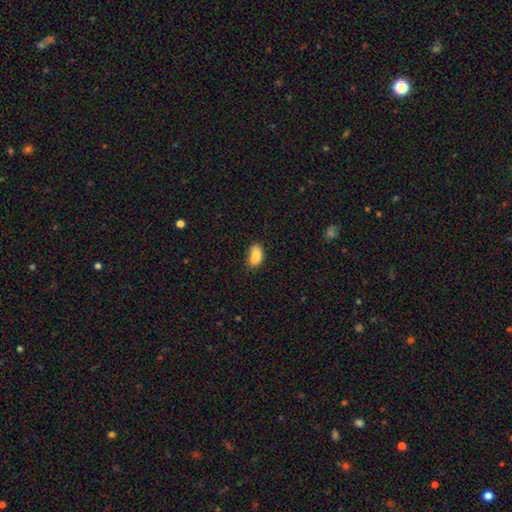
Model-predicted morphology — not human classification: Overall: smooth (83%). How rounded: in between (88%). Merging: none (52%; minor disturbance 25%).